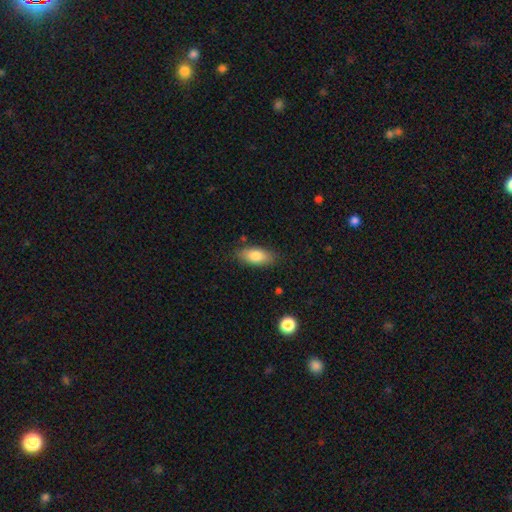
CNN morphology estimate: This is clearly a smooth galaxy (83%). How rounded: clearly in between (86%). Merging: clearly none (82%).